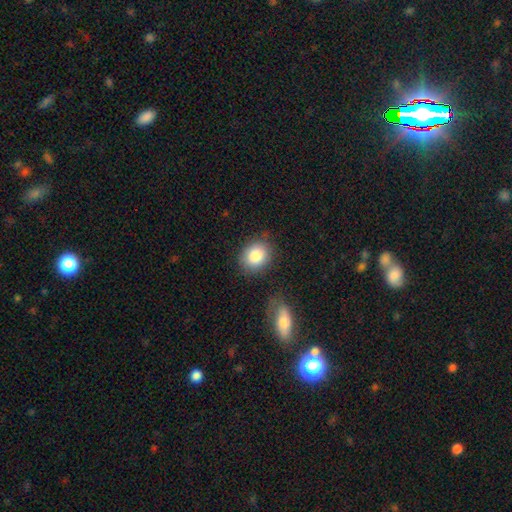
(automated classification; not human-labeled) smooth_or_featured: smooth (p=0.85) [alt: star or artifact p=0.08]
how_rounded: round (p=0.58) [alt: in between p=0.41]
merging: none (p=0.80) [alt: minor disturbance p=0.13]